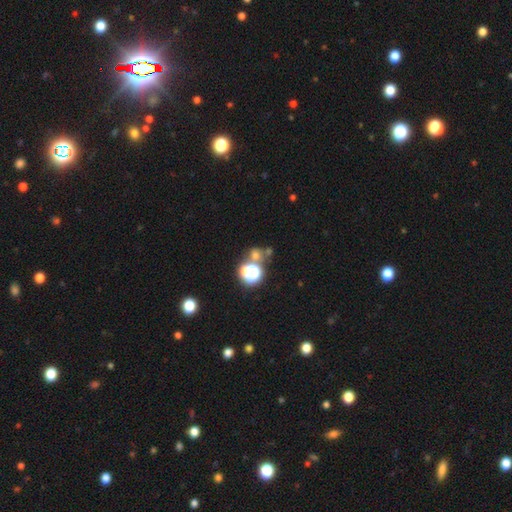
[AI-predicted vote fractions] Smooth or featured: smooth — 51% (star or artifact — 38%)
How rounded: round — 77% (in between — 22%)
Merging: none — 56% (merger — 26%)